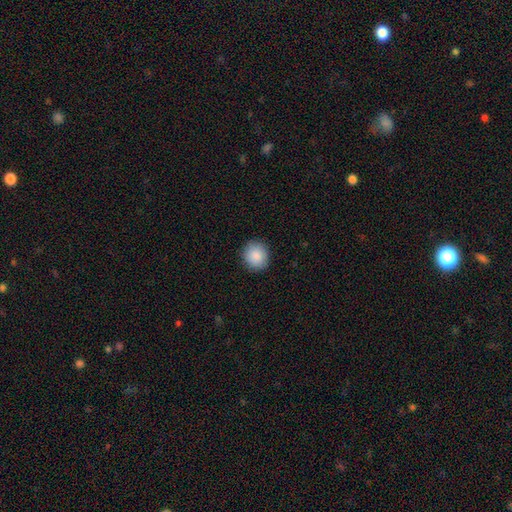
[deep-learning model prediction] smooth-or-featured: smooth: 88% | star or artifact: 7% | featured or disk: 5%
  how-rounded: round: 81% | in between: 18% | cigar-shaped: 1%
  merging: none: 90% | minor disturbance: 8% | major disturbance: 2% | merger: 1%